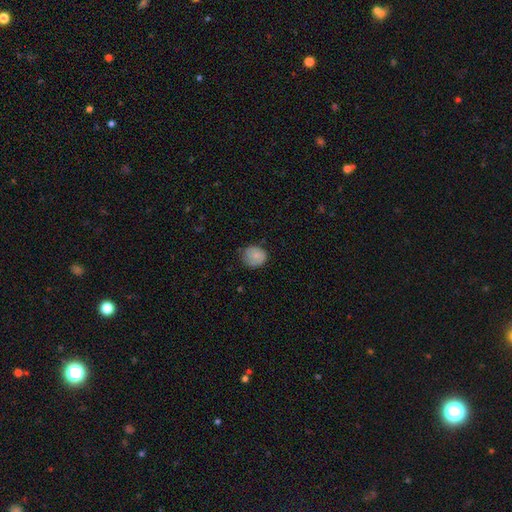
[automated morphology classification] Q: Smooth or featured?
A: smooth (80%); runner-up: featured or disk (11%)
Q: How rounded?
A: round (78%); runner-up: in between (21%)
Q: Merging?
A: none (68%); runner-up: minor disturbance (26%)